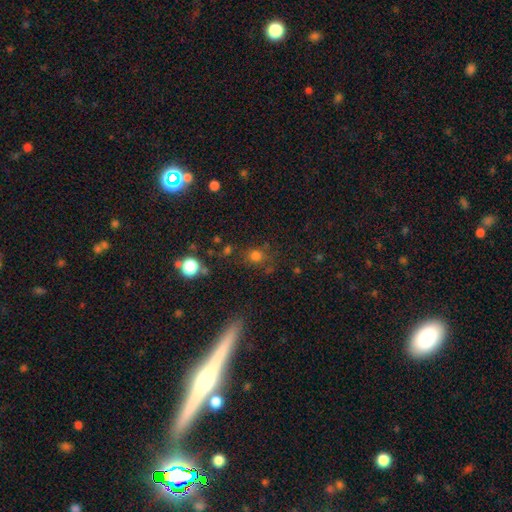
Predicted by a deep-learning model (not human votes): Smooth or featured? smooth (72%)
How rounded? round (79%)
Merging? none (73%)